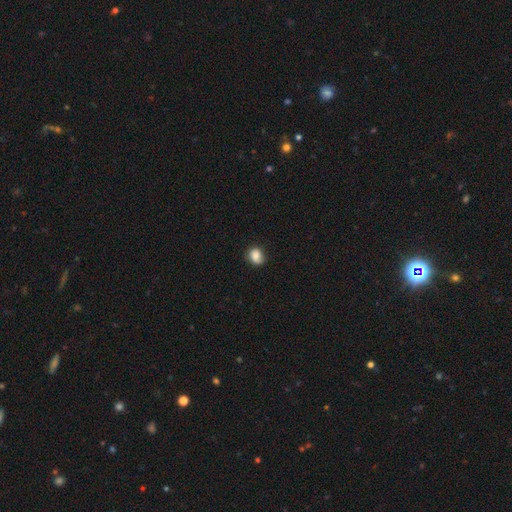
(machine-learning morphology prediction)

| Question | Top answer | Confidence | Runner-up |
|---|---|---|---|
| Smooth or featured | smooth | 77% | featured or disk (13%) |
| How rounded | round | 61% | in between (38%) |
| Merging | none | 71% | minor disturbance (22%) |